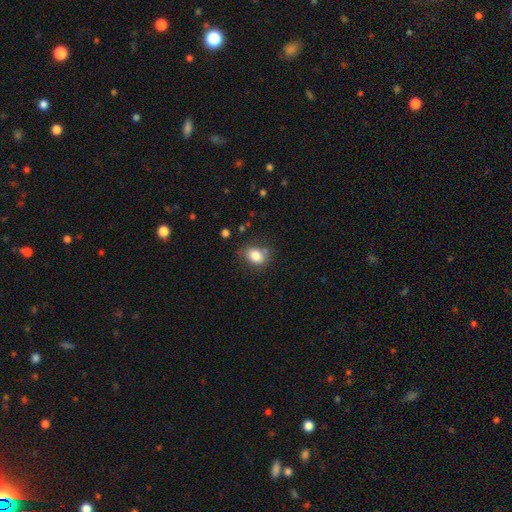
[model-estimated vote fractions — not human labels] Smooth or featured?
  - smooth: 82% *
  - star or artifact: 9%
  - featured or disk: 9%
How rounded?
  - in between: 63% *
  - round: 36%
  - cigar-shaped: 1%
Merging?
  - none: 68% *
  - minor disturbance: 20%
  - merger: 6%
  - major disturbance: 6%